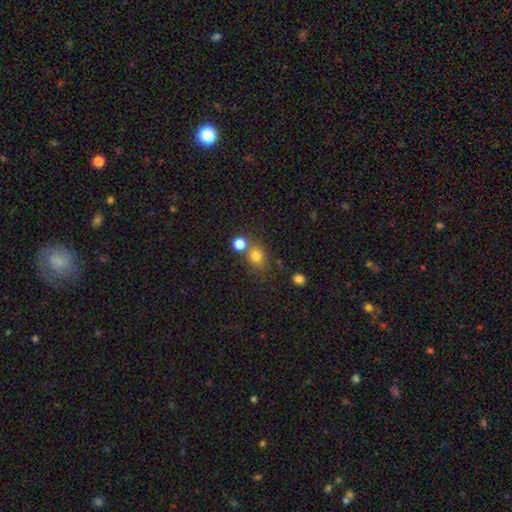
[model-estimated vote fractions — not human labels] Smooth or featured: smooth — 78% (star or artifact — 14%)
How rounded: round — 61% (in between — 38%)
Merging: none — 60% (merger — 24%)